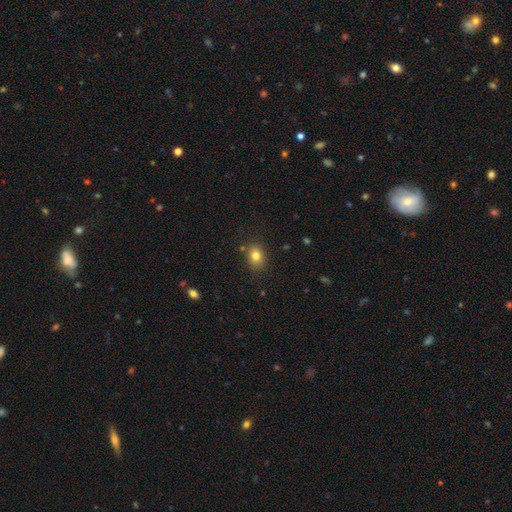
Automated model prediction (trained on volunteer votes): Smooth or featured? Predicted: smooth (p=0.80). How rounded? Predicted: in between (p=0.53). Merging? Predicted: none (p=0.83).